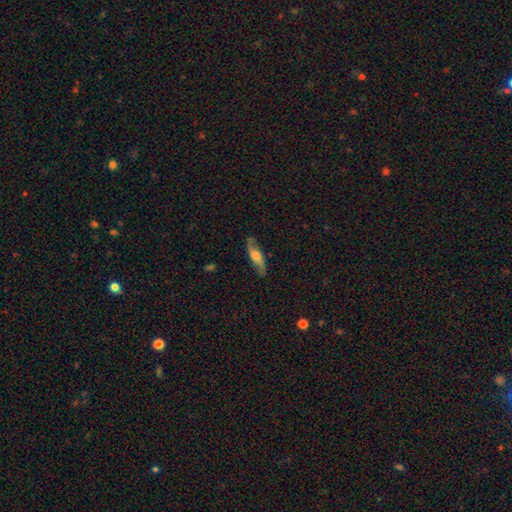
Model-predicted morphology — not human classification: featured or disk 62%, smooth 31%, star or artifact 6%. Down the decision tree: edge-on disk — no (62%); merging — none (81%).